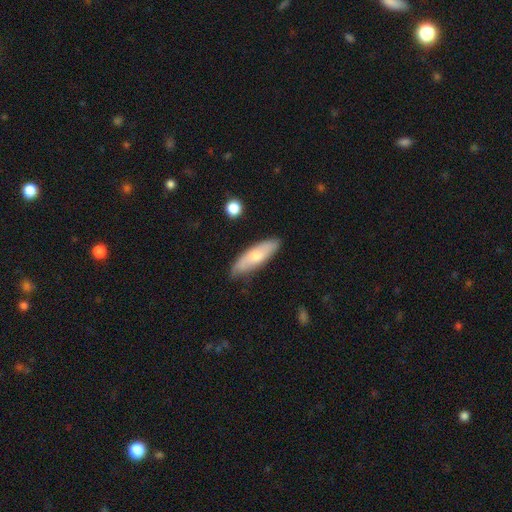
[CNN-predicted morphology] Smooth or featured? Predicted: smooth (p=0.65). How rounded? Predicted: in between (p=0.50). Merging? Predicted: none (p=0.75).